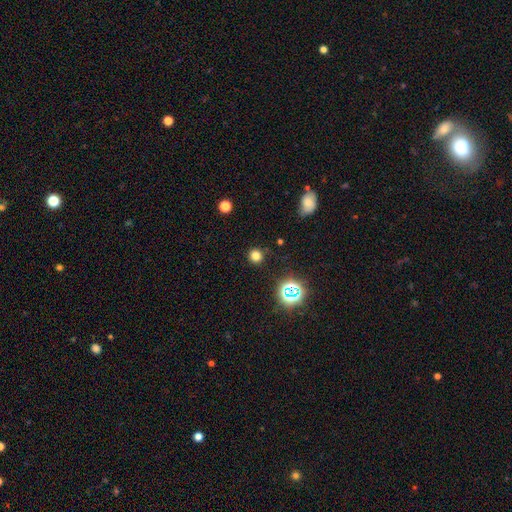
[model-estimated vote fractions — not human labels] smooth_or_featured: smooth (p=0.74) [alt: star or artifact p=0.21]
how_rounded: round (p=0.93) [alt: in between p=0.06]
merging: none (p=0.88) [alt: minor disturbance p=0.07]